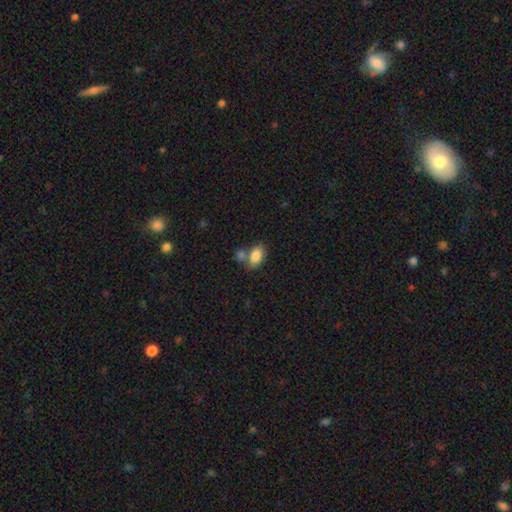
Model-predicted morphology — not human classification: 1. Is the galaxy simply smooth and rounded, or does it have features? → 84% smooth, 8% featured or disk, 8% star or artifact.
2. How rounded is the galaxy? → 89% in between, 9% round, 2% cigar-shaped.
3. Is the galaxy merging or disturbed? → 48% none, 35% merger, 13% minor disturbance, 4% major disturbance.